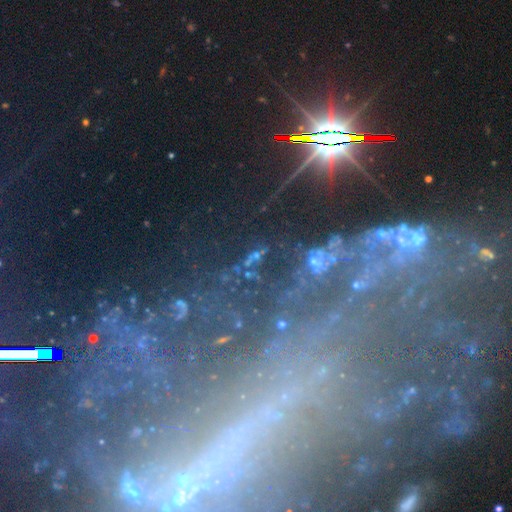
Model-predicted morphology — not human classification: Smooth or featured: star or artifact — 66% (featured or disk — 21%)